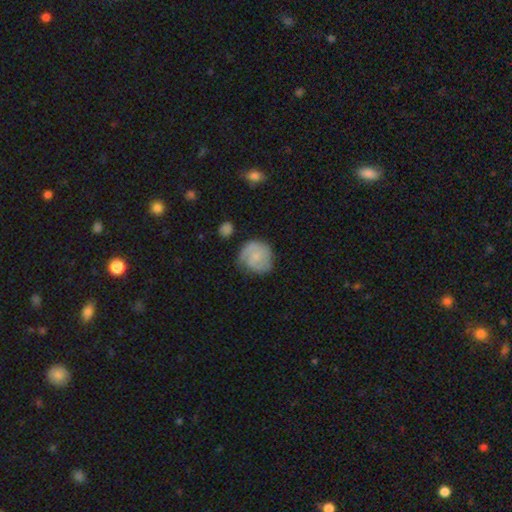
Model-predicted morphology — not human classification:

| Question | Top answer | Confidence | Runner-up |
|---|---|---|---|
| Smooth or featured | featured or disk | 47% | smooth (46%) |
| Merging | none | 62% | minor disturbance (25%) |